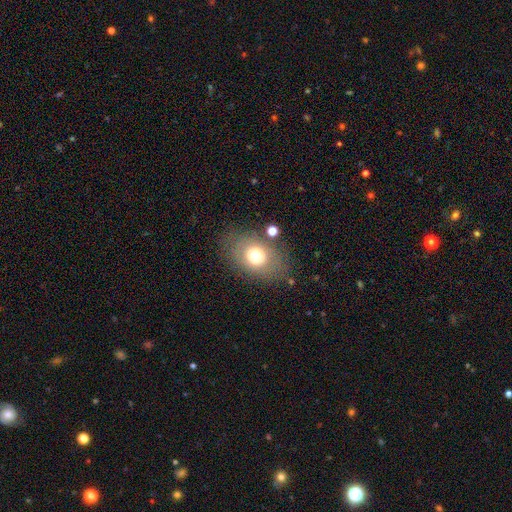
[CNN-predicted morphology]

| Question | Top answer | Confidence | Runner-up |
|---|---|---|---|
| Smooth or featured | smooth | 66% | featured or disk (23%) |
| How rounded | in between | 69% | round (29%) |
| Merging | none | 76% | minor disturbance (13%) |